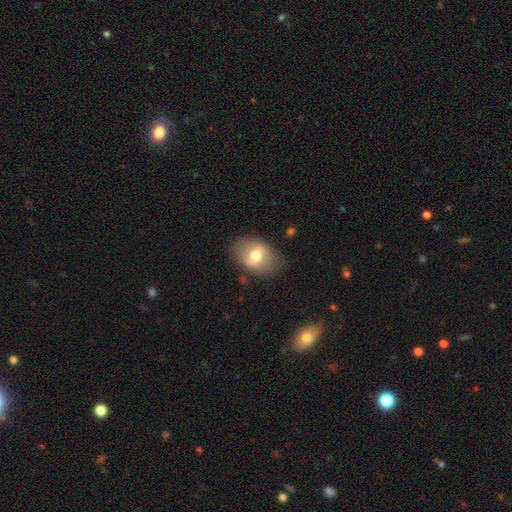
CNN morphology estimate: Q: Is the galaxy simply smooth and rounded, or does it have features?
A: smooth — 59%.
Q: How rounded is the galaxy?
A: in between — 77%.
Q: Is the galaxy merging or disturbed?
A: none — 77%.